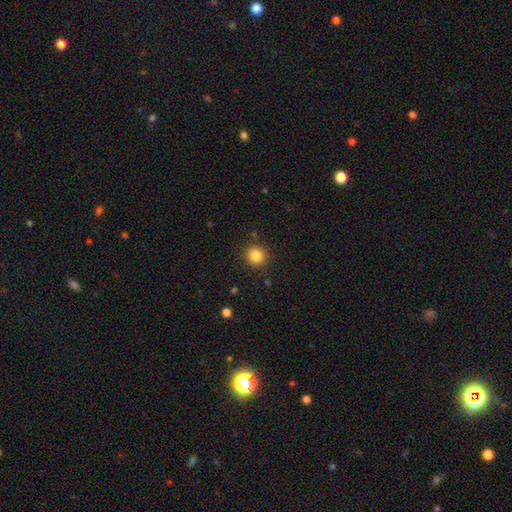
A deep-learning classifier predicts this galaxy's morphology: Smooth or featured? Predicted: smooth (p=0.84). How rounded? Predicted: round (p=0.91). Merging? Predicted: none (p=0.89).